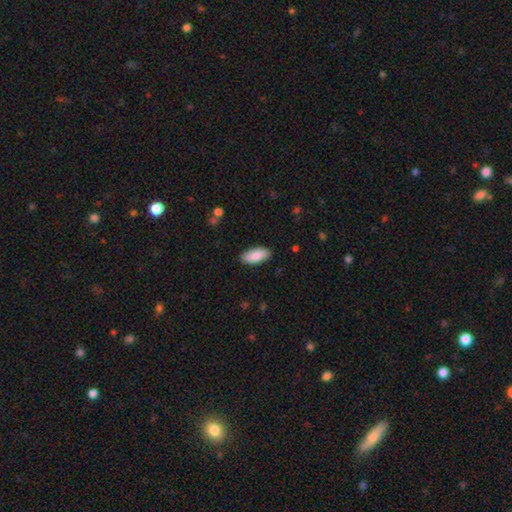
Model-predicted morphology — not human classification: smooth_or_featured: smooth (p=0.86) [alt: featured or disk p=0.08]
how_rounded: in between (p=0.87) [alt: cigar-shaped p=0.11]
merging: none (p=0.87) [alt: minor disturbance p=0.10]